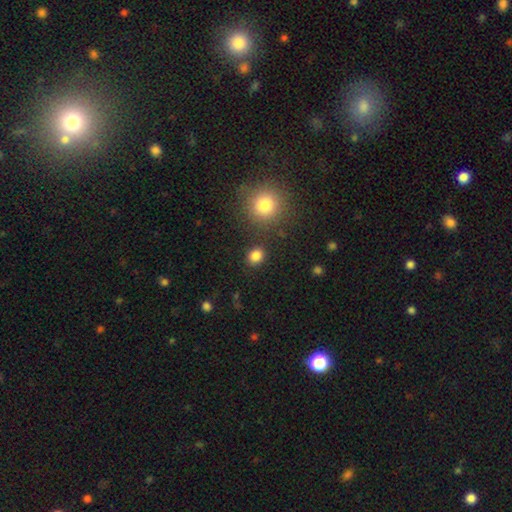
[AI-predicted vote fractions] Q: Smooth or featured?
A: smooth (84%); runner-up: star or artifact (12%)
Q: How rounded?
A: round (61%); runner-up: in between (38%)
Q: Merging?
A: none (85%); runner-up: minor disturbance (8%)